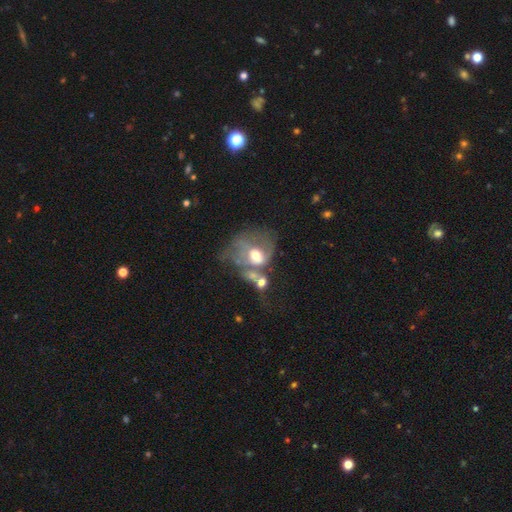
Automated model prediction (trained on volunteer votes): The model was most divided on "smooth or featured": featured or disk: 51%, smooth: 38%, star or artifact: 11%. Remaining: edge-on disk — no (96%); merging — merger (46%).